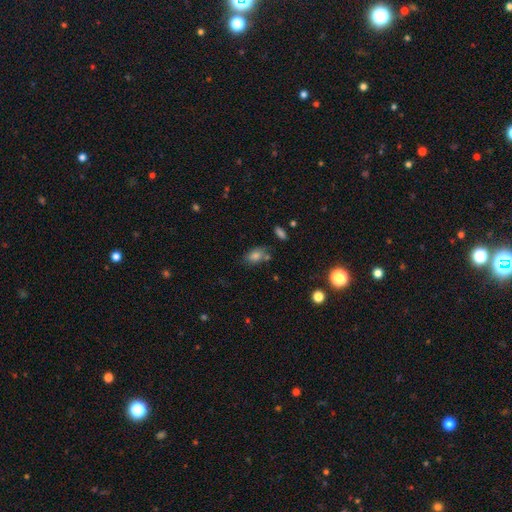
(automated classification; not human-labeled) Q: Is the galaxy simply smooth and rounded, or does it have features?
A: smooth — 77%.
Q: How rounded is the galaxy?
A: in between — 82%.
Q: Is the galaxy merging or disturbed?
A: none — 65%.